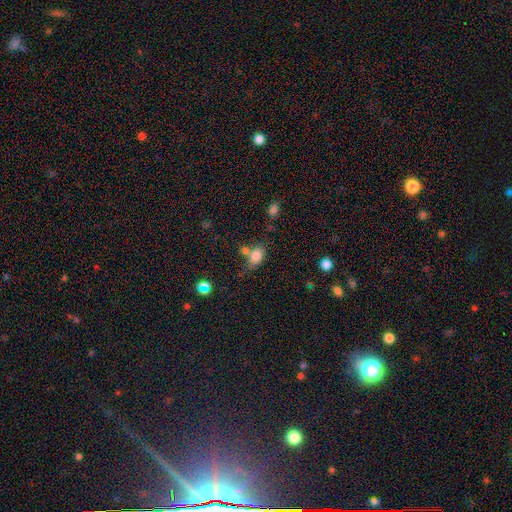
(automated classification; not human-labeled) The model was most divided on "merging": none: 45%, merger: 28%, minor disturbance: 19%, major disturbance: 8%. More confident: how rounded — in between (81%); smooth or featured — smooth (81%).